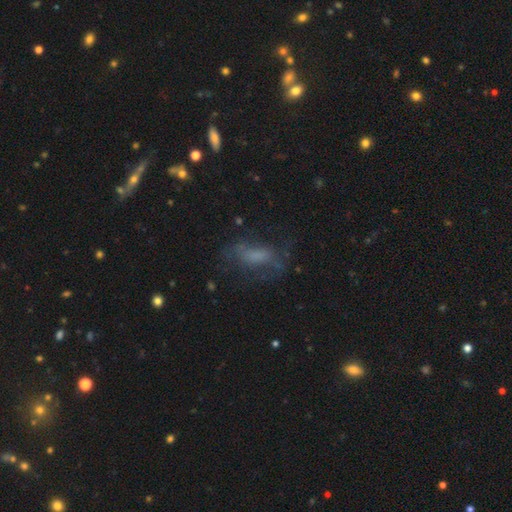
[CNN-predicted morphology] A smooth galaxy with no disk features (43%).

Vote fractions:
- Smooth or featured? smooth: 43% / featured or disk: 39% / star or artifact: 18%
- Merging? none: 54% / major disturbance: 23% / minor disturbance: 21% / merger: 2%